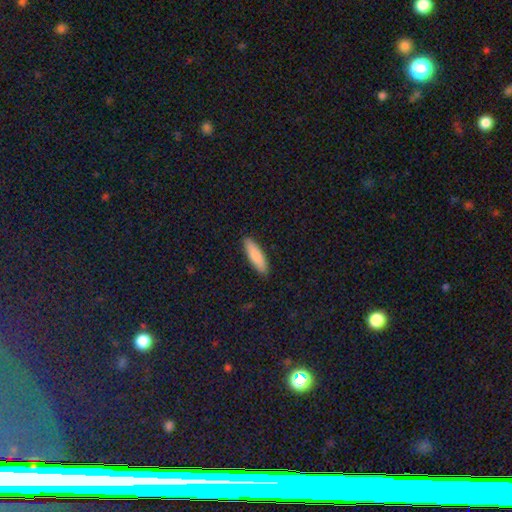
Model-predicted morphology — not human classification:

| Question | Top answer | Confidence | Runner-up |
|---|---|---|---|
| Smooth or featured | smooth | 84% | featured or disk (11%) |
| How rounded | cigar-shaped | 67% | in between (32%) |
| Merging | none | 90% | minor disturbance (7%) |